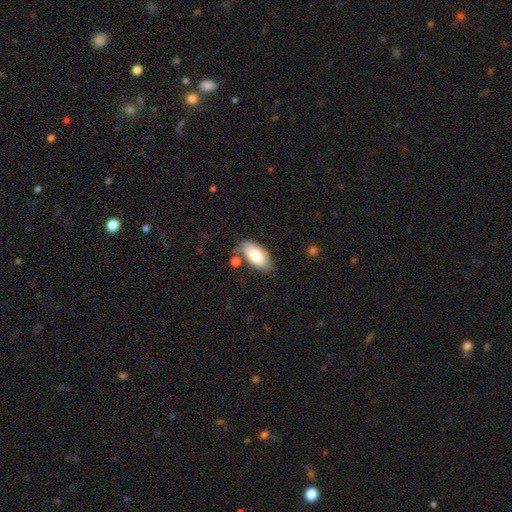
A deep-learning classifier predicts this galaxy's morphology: Smooth or featured? smooth (82%)
How rounded? in between (94%)
Merging? none (65%)